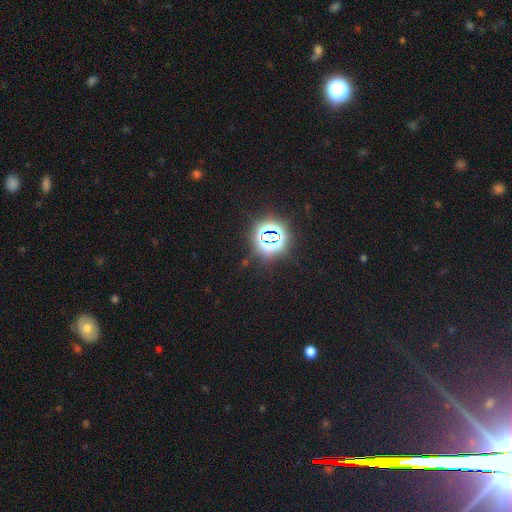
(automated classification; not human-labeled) Smooth or featured? star or artifact (81%)